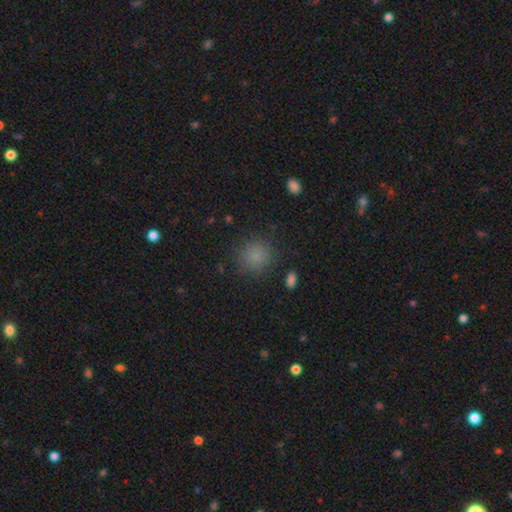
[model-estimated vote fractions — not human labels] smooth_or_featured: smooth (p=0.81) [alt: star or artifact p=0.14]
how_rounded: round (p=0.90) [alt: in between p=0.09]
merging: none (p=0.85) [alt: minor disturbance p=0.09]